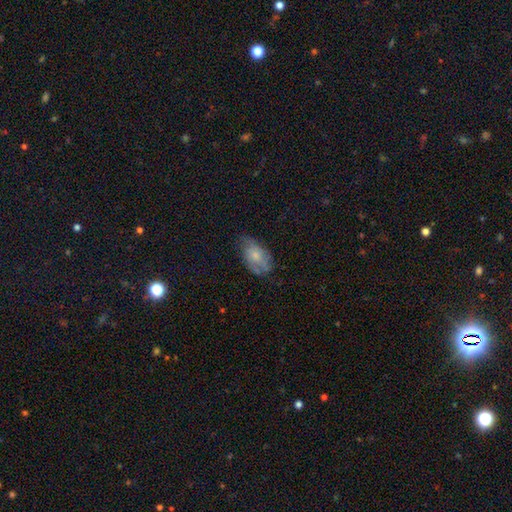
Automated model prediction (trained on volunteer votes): smooth 63%, featured or disk 30%, star or artifact 7%. Down the decision tree: how rounded — in between (91%); merging — none (53%).